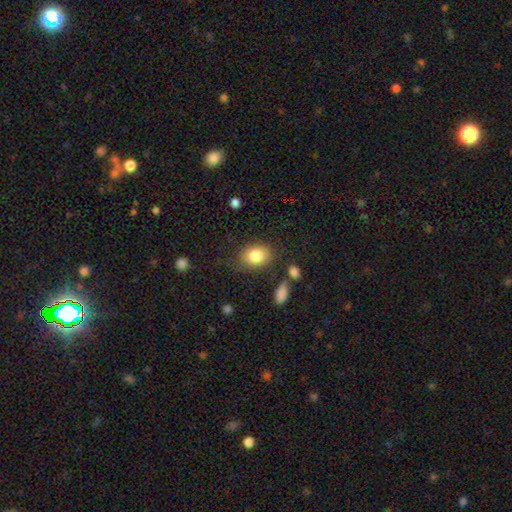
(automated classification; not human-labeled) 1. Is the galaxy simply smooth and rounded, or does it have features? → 83% smooth, 8% star or artifact, 8% featured or disk.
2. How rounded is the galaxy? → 65% in between, 34% round, 1% cigar-shaped.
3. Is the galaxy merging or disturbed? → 74% none, 16% minor disturbance, 6% major disturbance, 4% merger.